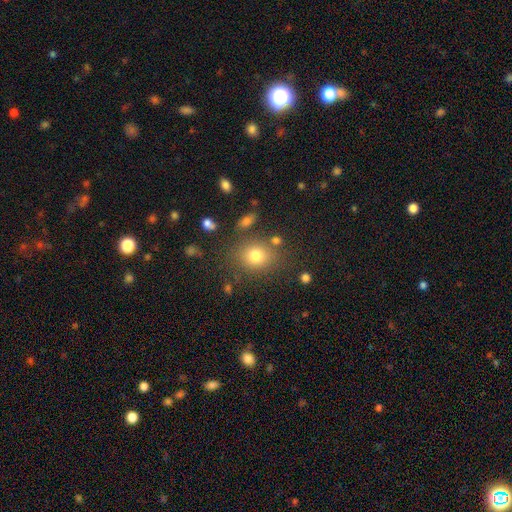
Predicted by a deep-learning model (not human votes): Q: Smooth or featured?
A: smooth (77%); runner-up: star or artifact (14%)
Q: How rounded?
A: round (68%); runner-up: in between (31%)
Q: Merging?
A: none (77%); runner-up: minor disturbance (12%)